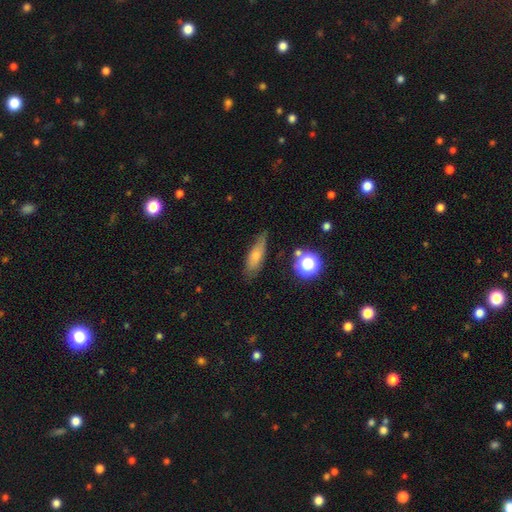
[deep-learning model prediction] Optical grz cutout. It shows a smooth galaxy with no disk features (66%) that is in between round and cigar-shaped (49%). Merging: none (66%).